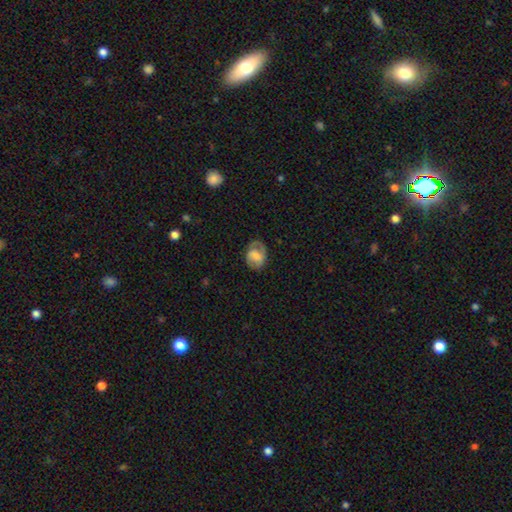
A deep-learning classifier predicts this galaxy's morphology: Q: Smooth or featured?
A: smooth (47%); runner-up: featured or disk (45%)
Q: Merging?
A: none (62%); runner-up: minor disturbance (24%)